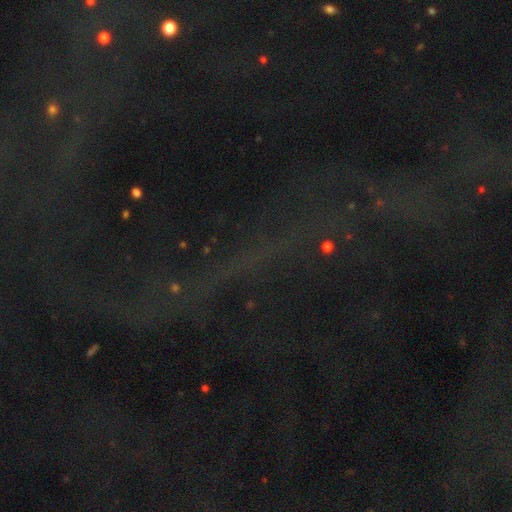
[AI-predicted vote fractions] This appears to be a star or artifact, not a galaxy (73%).